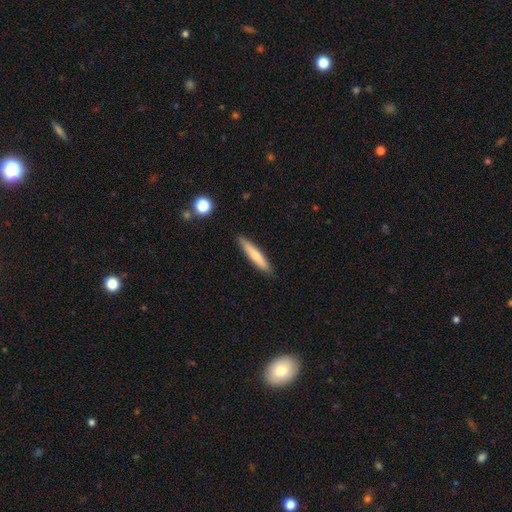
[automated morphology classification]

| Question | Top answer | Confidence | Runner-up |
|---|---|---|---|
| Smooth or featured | smooth | 69% | featured or disk (25%) |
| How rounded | cigar-shaped | 91% | in between (7%) |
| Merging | none | 88% | minor disturbance (9%) |